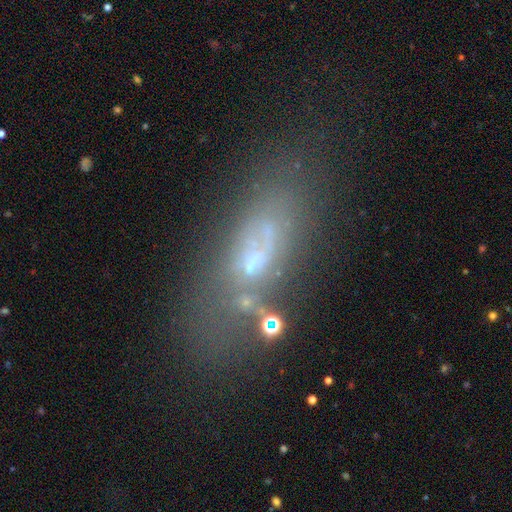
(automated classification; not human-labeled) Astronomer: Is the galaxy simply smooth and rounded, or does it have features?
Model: featured or disk — 45% (runner-up: smooth, 35%).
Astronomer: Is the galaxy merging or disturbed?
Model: none — 47%.